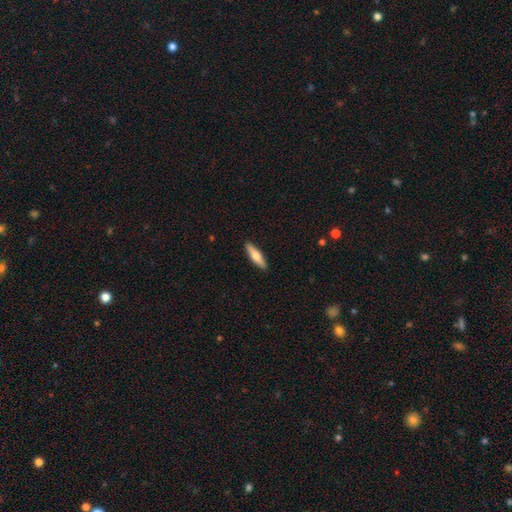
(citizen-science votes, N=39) smooth-or-featured: smooth: 56% | featured or disk: 38% | star or artifact: 5%
  how-rounded: cigar-shaped: 91% | in between: 9% | round: 0%
  merging: none: 86% | minor disturbance: 11% | major disturbance: 3% | merger: 0%